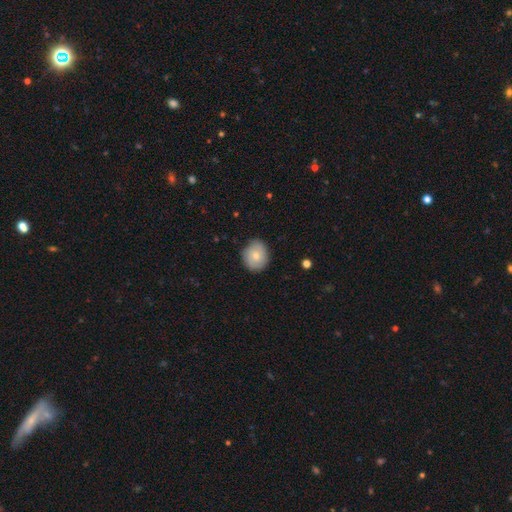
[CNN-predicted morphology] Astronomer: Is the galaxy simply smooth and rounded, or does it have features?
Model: smooth — 70%.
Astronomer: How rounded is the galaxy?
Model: round — 71%.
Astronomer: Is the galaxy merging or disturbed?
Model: none — 81%.